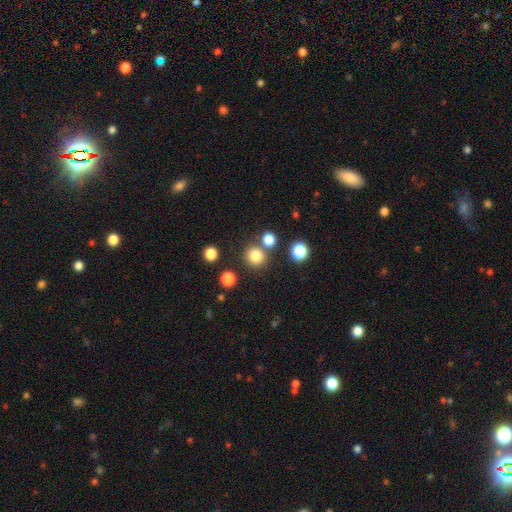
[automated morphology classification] Overall: smooth (81%). How rounded: round (93%). Merging: none (79%).